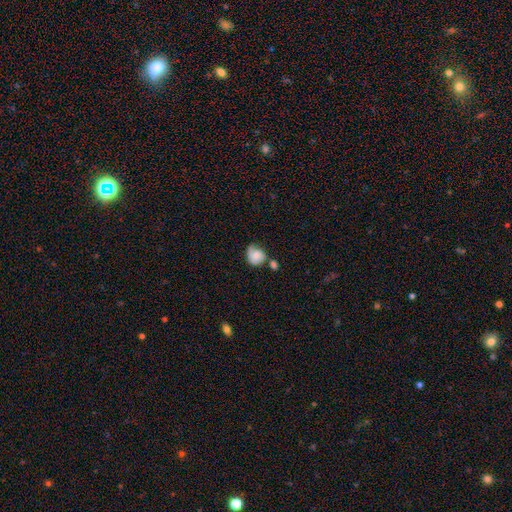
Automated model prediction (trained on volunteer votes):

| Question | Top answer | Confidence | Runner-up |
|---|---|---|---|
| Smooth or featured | smooth | 70% | featured or disk (22%) |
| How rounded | round | 71% | in between (28%) |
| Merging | none | 41% | minor disturbance (33%) |